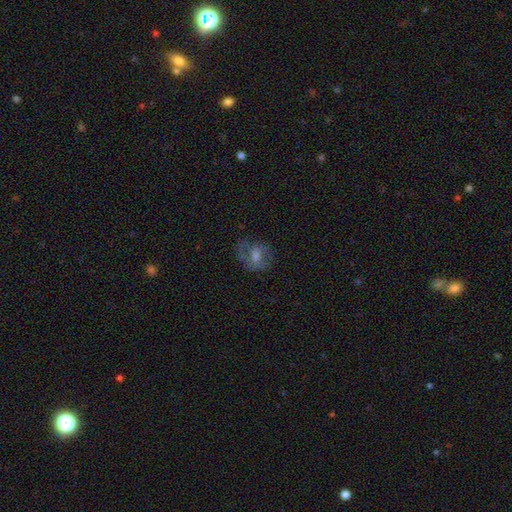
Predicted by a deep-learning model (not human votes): Smooth or featured: featured or disk — 44% (smooth — 41%)
Merging: none — 61% (minor disturbance — 21%)